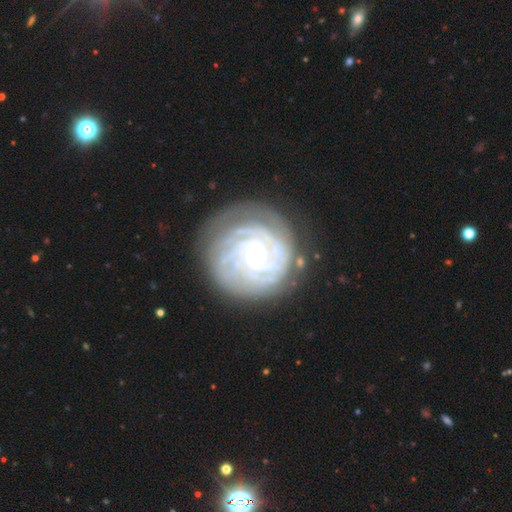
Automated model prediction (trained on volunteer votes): The model was most divided on "spiral arm count": can't tell: 30%, 4: 22%, 3: 17%, more than 4: 14%, 2: 11%, 1: 7%. More confident: edge-on disk — no (97%); spiral arms — yes (96%); smooth or featured — featured or disk (86%); spiral winding — tight (84%); bar — no (77%); merging — none (77%); bulge size — small (69%).